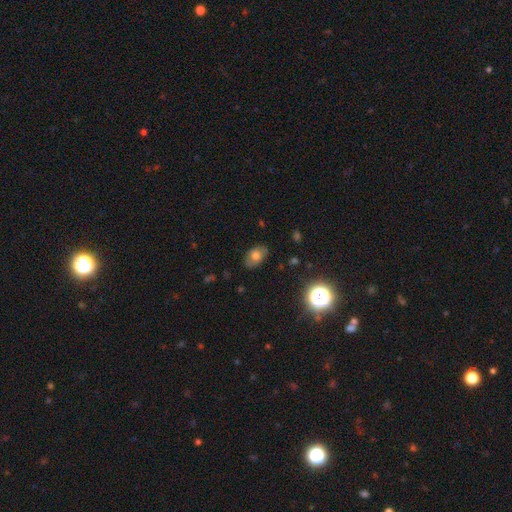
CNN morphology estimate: smooth-or-featured: smooth: 70% | featured or disk: 18% | star or artifact: 13%
  how-rounded: in between: 86% | round: 13% | cigar-shaped: 2%
  merging: none: 83% | minor disturbance: 13% | major disturbance: 3% | merger: 1%